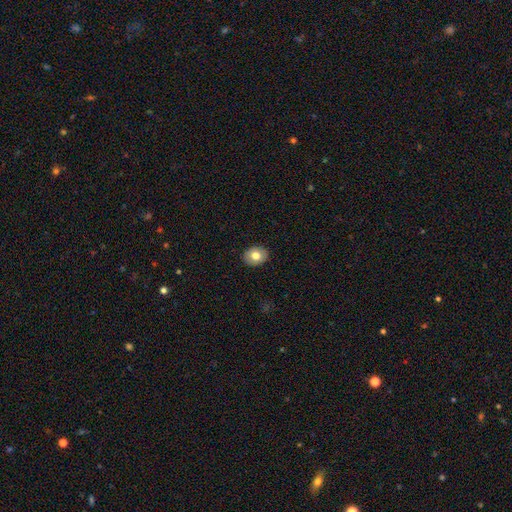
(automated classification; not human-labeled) Smooth or featured? Predicted: smooth (p=0.74). How rounded? Predicted: round (p=0.50, tied with in between). Merging? Predicted: none (p=0.90).